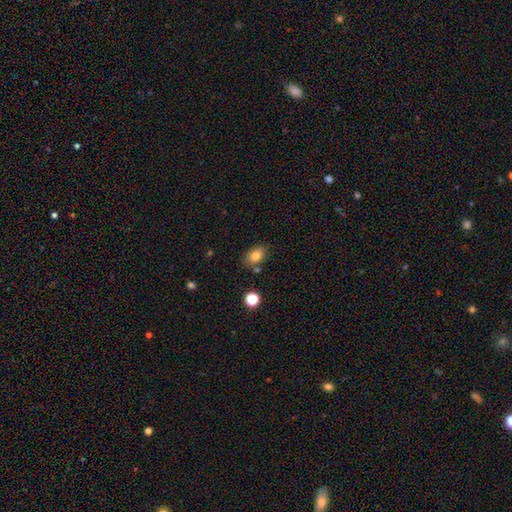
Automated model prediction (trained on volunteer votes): Smooth or featured: smooth — 81% (star or artifact — 10%)
How rounded: in between — 82% (round — 17%)
Merging: none — 75% (minor disturbance — 14%)